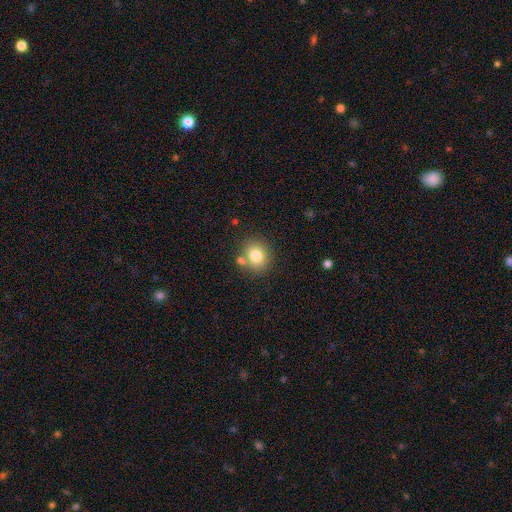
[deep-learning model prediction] Q: Smooth or featured?
A: smooth (79%); runner-up: star or artifact (11%)
Q: How rounded?
A: round (78%); runner-up: in between (22%)
Q: Merging?
A: none (74%); runner-up: merger (12%)